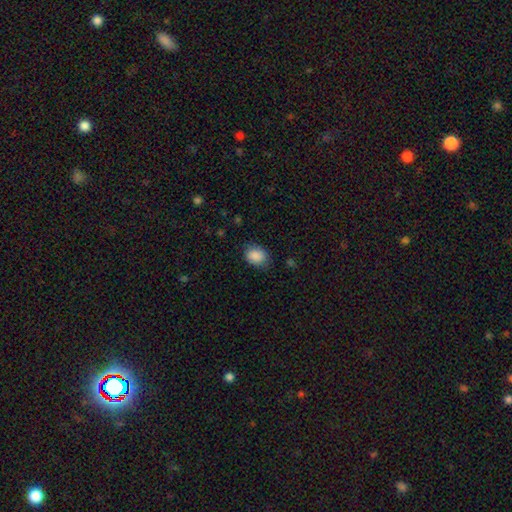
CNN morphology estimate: Smooth or featured? smooth (88%)
How rounded? in between (62%)
Merging? none (77%)